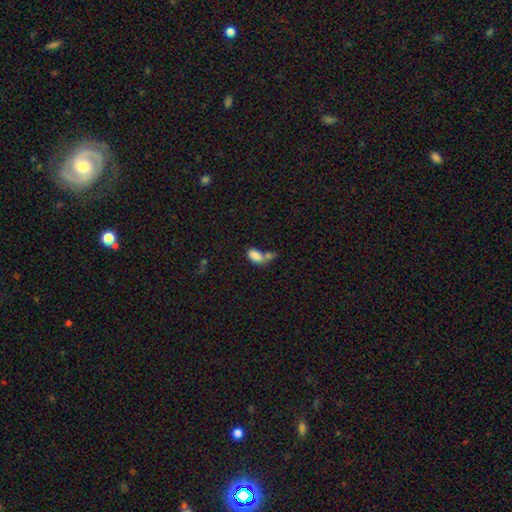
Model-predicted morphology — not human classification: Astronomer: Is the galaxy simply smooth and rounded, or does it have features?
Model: smooth — 81%.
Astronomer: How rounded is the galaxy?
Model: in between — 90%.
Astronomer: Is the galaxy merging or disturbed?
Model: merger — 54%.